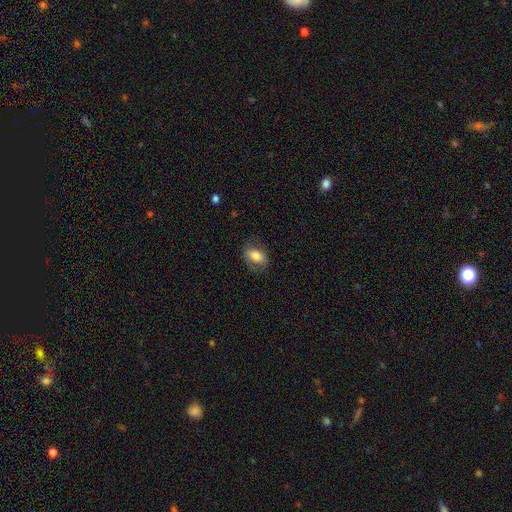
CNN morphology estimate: This appears to be a smooth galaxy with no disk features (78%) that is in between round and cigar-shaped (80%). Merging: none (72%).